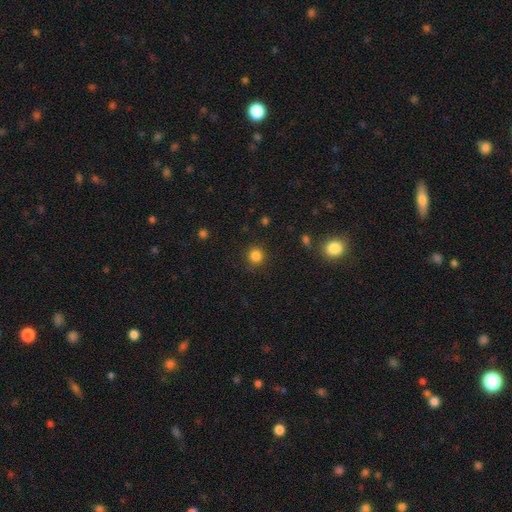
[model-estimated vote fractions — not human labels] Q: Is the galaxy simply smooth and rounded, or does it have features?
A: smooth — 84%.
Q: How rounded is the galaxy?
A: round — 91%.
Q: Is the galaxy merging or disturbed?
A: none — 89%.